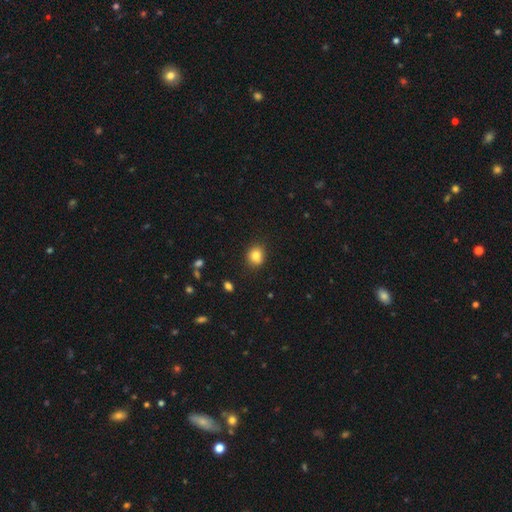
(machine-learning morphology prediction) Smooth or featured? smooth (83%)
How rounded? round (73%)
Merging? none (85%)